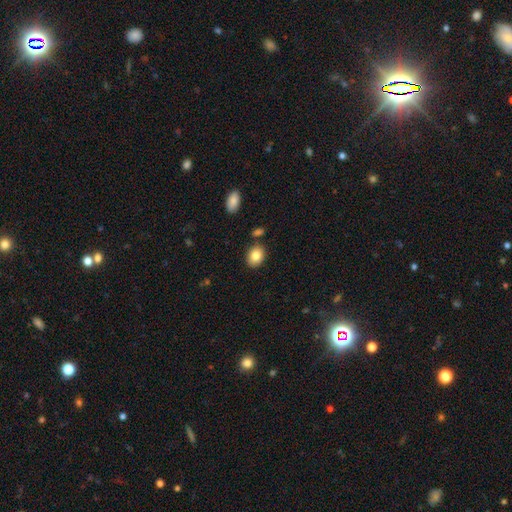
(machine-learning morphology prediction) smooth 83%, featured or disk 9%, star or artifact 8%. Down the decision tree: how rounded — in between (64%); merging — none (82%).